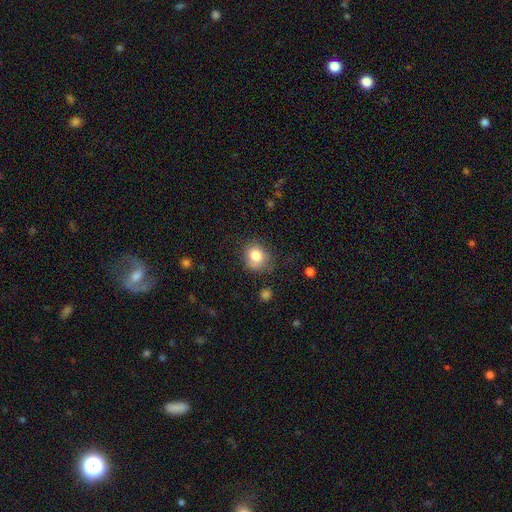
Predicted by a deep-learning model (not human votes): Smooth or featured?
  - smooth: 83% *
  - star or artifact: 10%
  - featured or disk: 8%
How rounded?
  - round: 69% *
  - in between: 31%
  - cigar-shaped: 1%
Merging?
  - none: 67% *
  - minor disturbance: 23%
  - major disturbance: 7%
  - merger: 3%